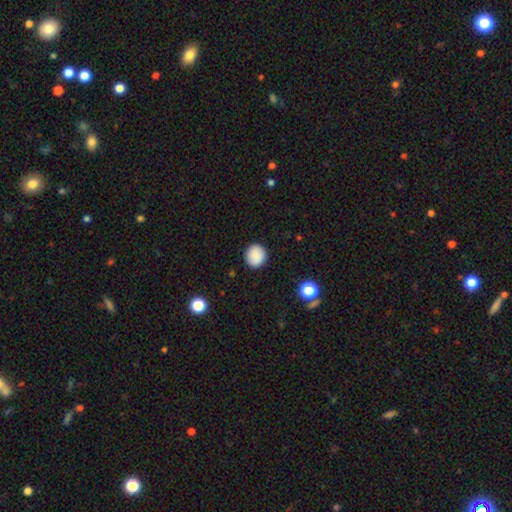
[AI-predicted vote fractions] smooth-or-featured: smooth: 88% | star or artifact: 8% | featured or disk: 4%
  how-rounded: round: 88% | in between: 11% | cigar-shaped: 1%
  merging: none: 91% | minor disturbance: 7% | major disturbance: 2% | merger: 1%